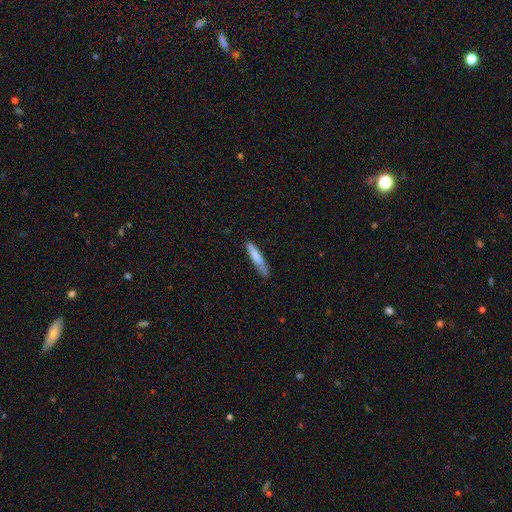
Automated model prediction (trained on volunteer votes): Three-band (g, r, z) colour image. It shows a smooth galaxy with no disk features (75%) that is cigar-shaped (90%). Merging: none (72%).